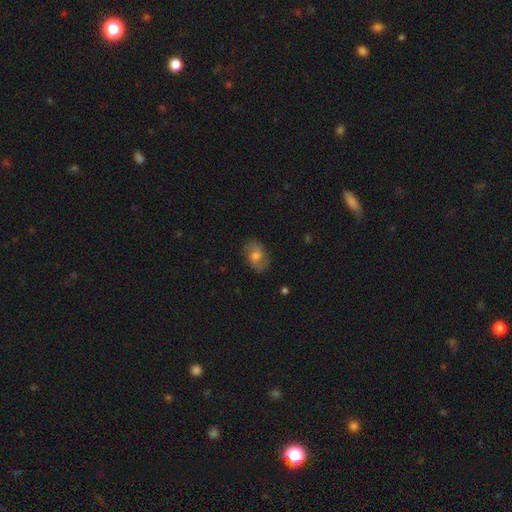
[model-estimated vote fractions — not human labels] Smooth or featured? smooth (56%)
How rounded? in between (82%)
Merging? none (78%)